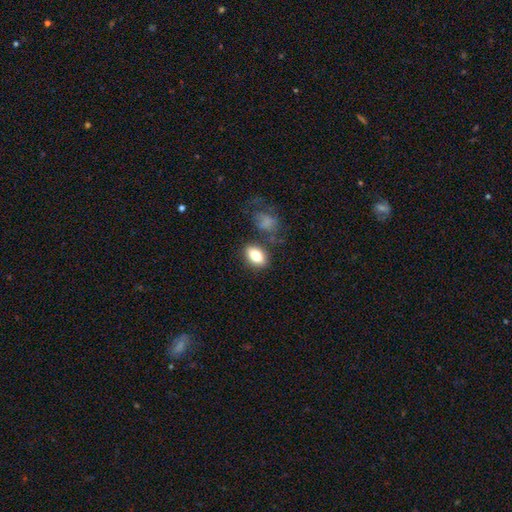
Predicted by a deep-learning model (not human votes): Smooth or featured: smooth — 79% (featured or disk — 13%)
How rounded: in between — 85% (round — 11%)
Merging: none — 77% (minor disturbance — 13%)